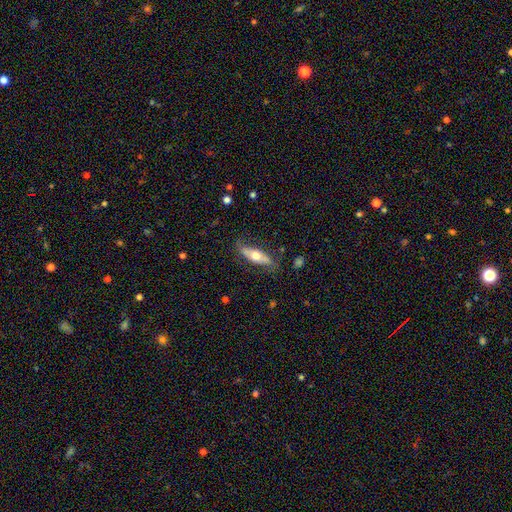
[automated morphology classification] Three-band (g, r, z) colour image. It shows a smooth galaxy with no disk features (52%) that is in between round and cigar-shaped (53%). Merging: none (74%).